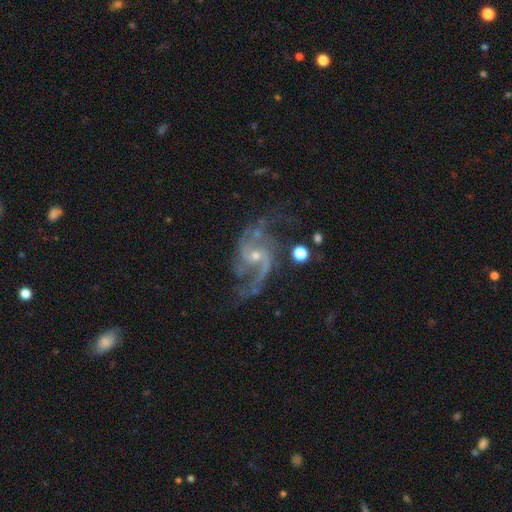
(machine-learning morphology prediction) The model was most divided on "spiral winding": loose: 48%, medium: 43%, tight: 9%. More confident: edge-on disk — no (98%); spiral arms — yes (98%); smooth or featured — featured or disk (91%); spiral arm count — 2 (79%); bulge size — small (67%); merging — none (63%); bar — no (54%).